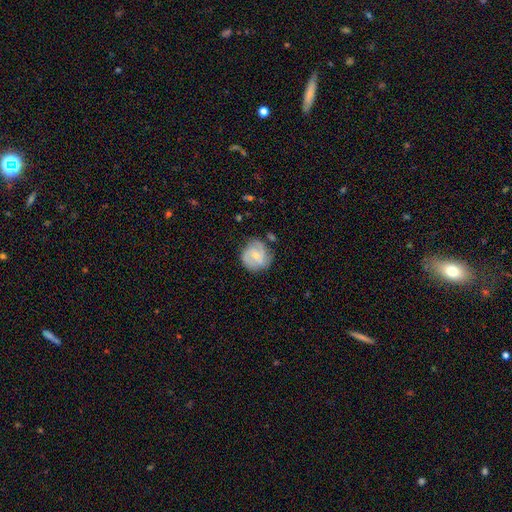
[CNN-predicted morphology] Overall: featured or disk (63%; smooth 31%). Edge-on disk: no (98%). Bar: no (52%; weak 39%). Spiral arms: yes (86%). Spiral arm count: 2 (47%; can't tell 22%). Spiral winding: tight (42%; medium 41%). Bulge size: small (55%; moderate 41%). Merging: none (66%).